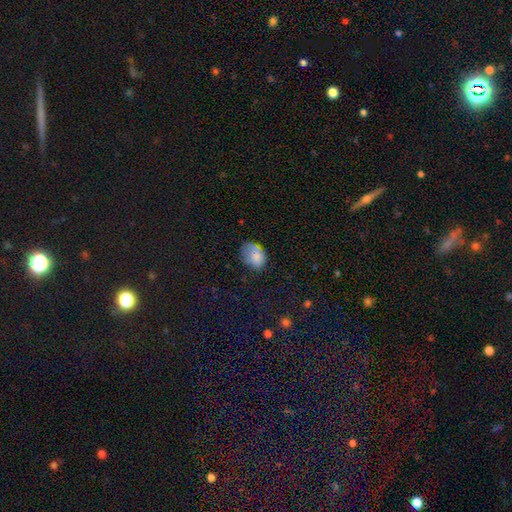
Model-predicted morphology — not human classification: type=smooth (76%); roundness=in between (66%); merging=none (53%).